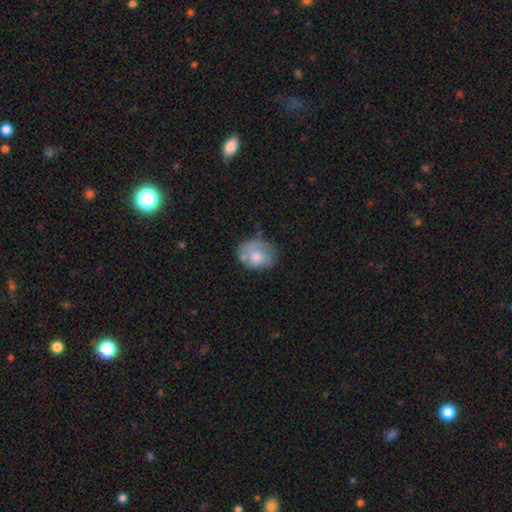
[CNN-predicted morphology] type=smooth (59%); roundness=in between (57%); merging=none (52%).